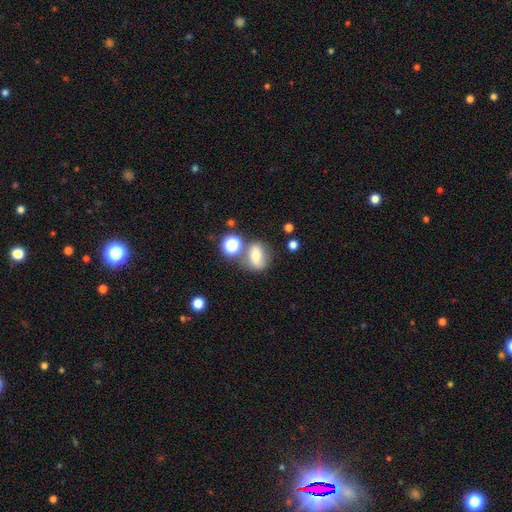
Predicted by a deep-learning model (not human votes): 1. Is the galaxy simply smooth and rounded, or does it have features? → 58% smooth, 27% featured or disk, 15% star or artifact.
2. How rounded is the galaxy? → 50% round, 48% in between, 2% cigar-shaped.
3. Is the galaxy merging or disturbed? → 55% none, 19% merger, 18% minor disturbance, 8% major disturbance.